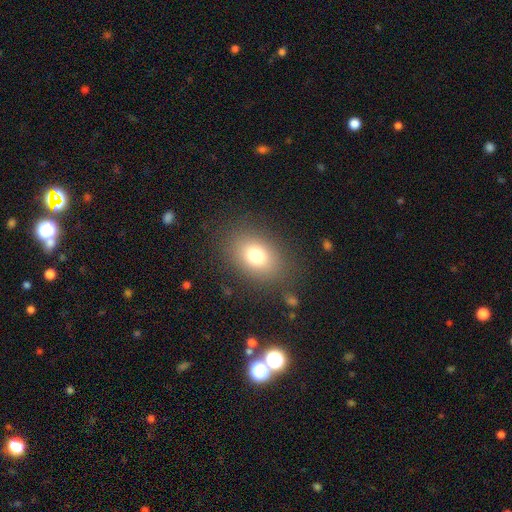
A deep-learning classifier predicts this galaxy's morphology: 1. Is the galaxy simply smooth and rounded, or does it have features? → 76% smooth, 13% star or artifact, 11% featured or disk.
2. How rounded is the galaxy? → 65% in between, 34% round, 1% cigar-shaped.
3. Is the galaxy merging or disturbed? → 82% none, 11% minor disturbance, 5% major disturbance, 2% merger.